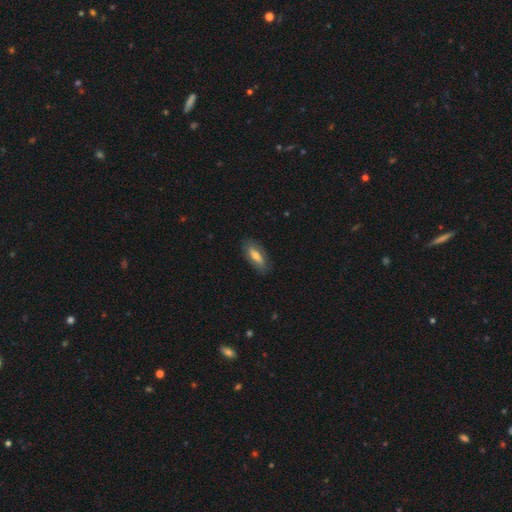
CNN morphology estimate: Smooth or featured? Predicted: smooth (p=0.58). How rounded? Predicted: in between (p=0.72). Merging? Predicted: none (p=0.82).